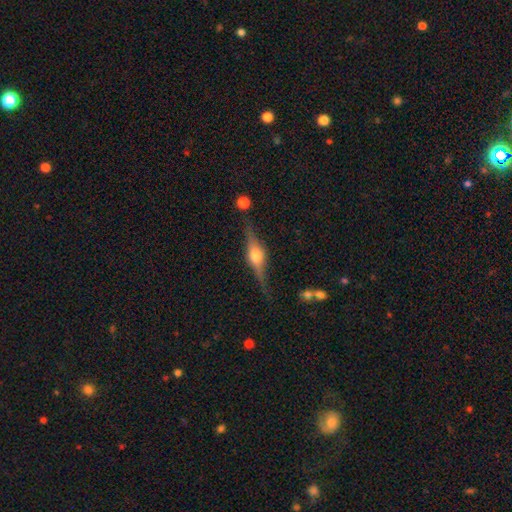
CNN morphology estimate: A featured or disk galaxy (75%) viewed edge-on (96%) with a rounded central bulge (92%). Merging: none (80%).